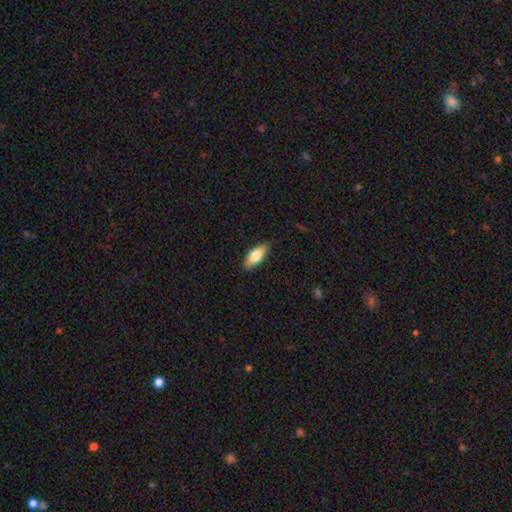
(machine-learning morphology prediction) This is likely a smooth galaxy (77%). How rounded: clearly in between (81%). Merging: clearly none (86%).